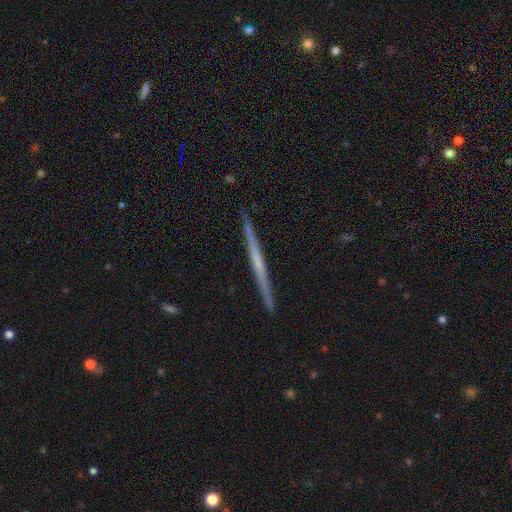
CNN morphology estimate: smooth-or-featured: featured or disk: 63% | smooth: 32% | star or artifact: 6%
  disk-edge-on: yes: 98% | no: 2%
    edge-on-bulge: none: 81% | rounded: 12% | boxy: 6%
  merging: none: 92% | minor disturbance: 6% | major disturbance: 1% | merger: 1%